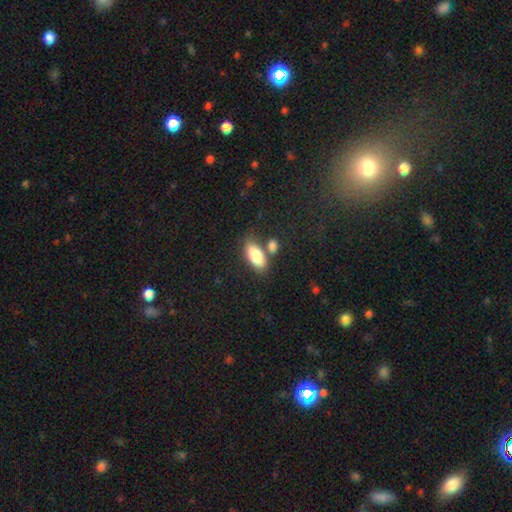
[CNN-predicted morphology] smooth-or-featured: smooth: 85% | featured or disk: 9% | star or artifact: 7%
  how-rounded: in between: 88% | cigar-shaped: 9% | round: 3%
  merging: none: 63% | merger: 19% | minor disturbance: 13% | major disturbance: 4%